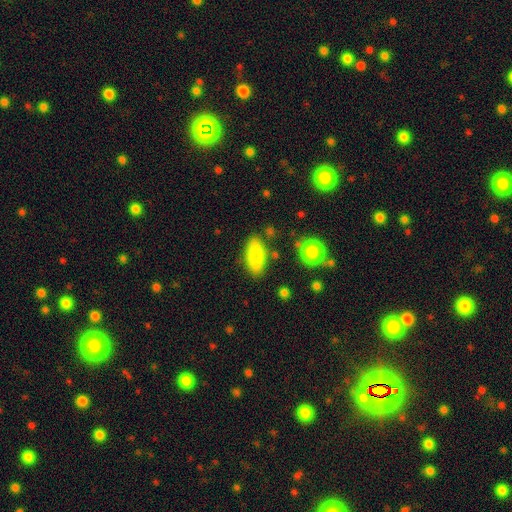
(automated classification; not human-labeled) Q: Smooth or featured?
A: smooth (85%); runner-up: featured or disk (7%)
Q: How rounded?
A: in between (79%); runner-up: cigar-shaped (18%)
Q: Merging?
A: none (81%); runner-up: minor disturbance (12%)